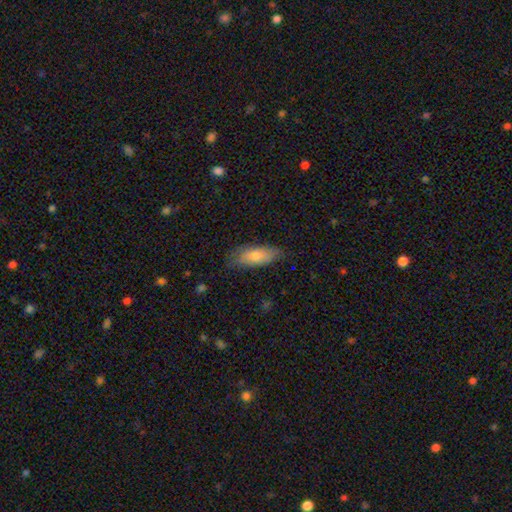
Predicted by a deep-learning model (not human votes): This appears to be a smooth galaxy with no disk features (74%) that is in between round and cigar-shaped (71%). Merging: none (78%).